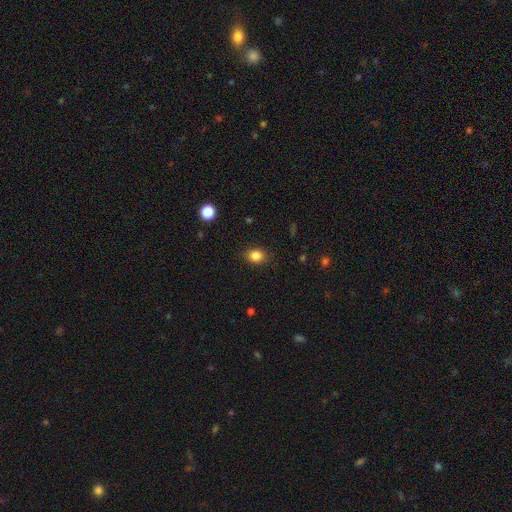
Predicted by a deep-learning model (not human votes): Smooth or featured?
  - smooth: 84% *
  - star or artifact: 11%
  - featured or disk: 5%
How rounded?
  - round: 54% *
  - in between: 45%
  - cigar-shaped: 1%
Merging?
  - none: 86% *
  - minor disturbance: 10%
  - major disturbance: 3%
  - merger: 1%